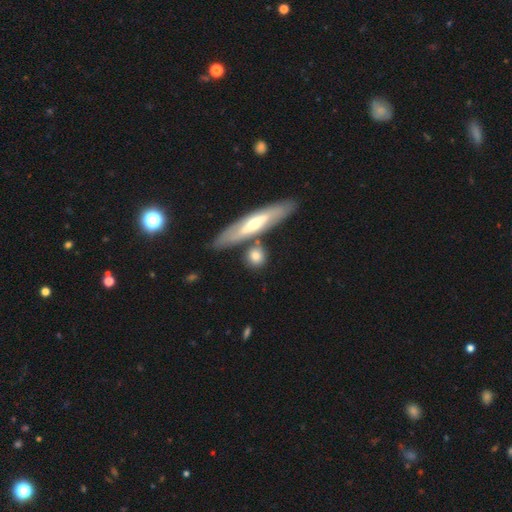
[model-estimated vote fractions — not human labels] This is likely a smooth galaxy (68%). How rounded: possibly round (51%). Merging: likely none (68%).